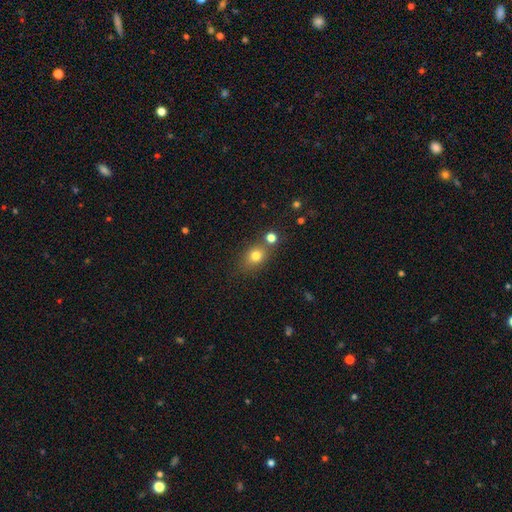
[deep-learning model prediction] Smooth or featured? Predicted: smooth (p=0.77). How rounded? Predicted: in between (p=0.51). Merging? Predicted: none (p=0.64).